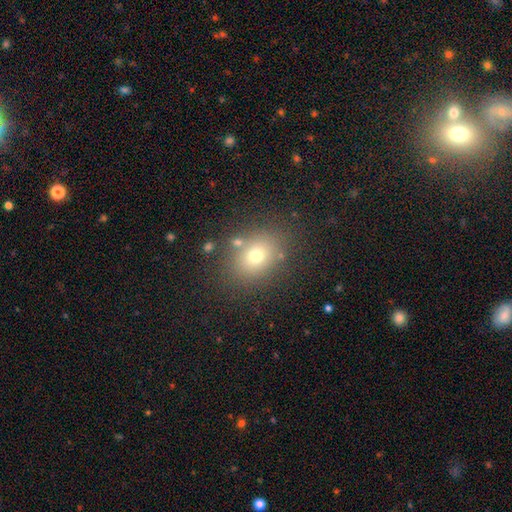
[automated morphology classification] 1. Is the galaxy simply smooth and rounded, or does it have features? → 70% smooth, 16% star or artifact, 13% featured or disk.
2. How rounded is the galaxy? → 54% in between, 45% round, 1% cigar-shaped.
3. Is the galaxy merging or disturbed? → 80% none, 10% minor disturbance, 6% merger, 4% major disturbance.